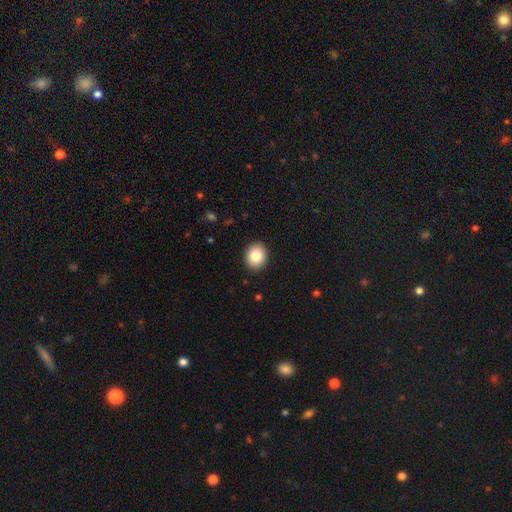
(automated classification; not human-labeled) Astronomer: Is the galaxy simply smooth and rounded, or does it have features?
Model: smooth — 85%.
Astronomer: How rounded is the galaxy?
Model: round — 64%.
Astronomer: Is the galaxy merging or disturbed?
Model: none — 91%.